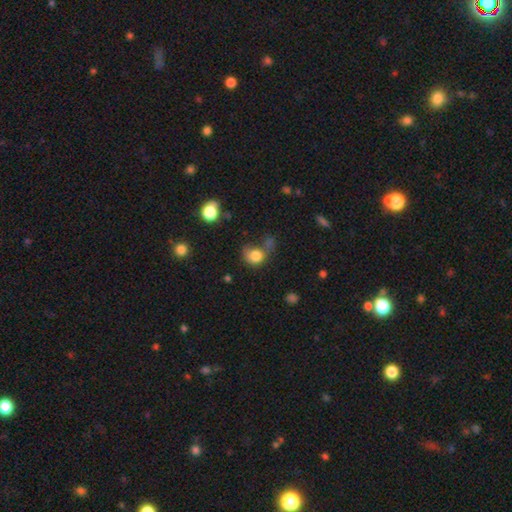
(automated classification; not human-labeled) Smooth or featured?
  - smooth: 79% *
  - star or artifact: 12%
  - featured or disk: 10%
How rounded?
  - round: 68% *
  - in between: 31%
  - cigar-shaped: 1%
Merging?
  - none: 34% *
  - major disturbance: 23%
  - minor disturbance: 22%
  - merger: 21%